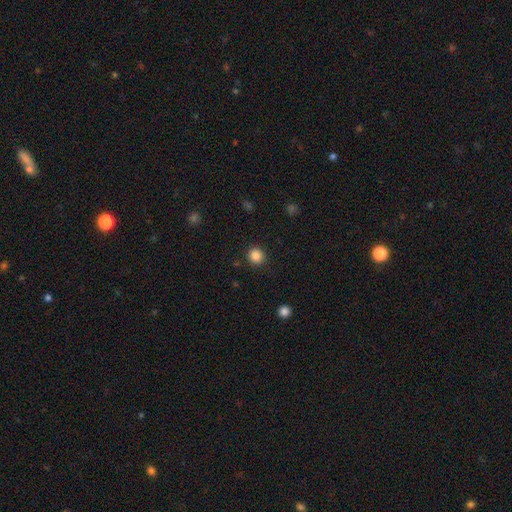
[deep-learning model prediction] smooth 86%, star or artifact 11%, featured or disk 3%. Down the decision tree: how rounded — round (91%); merging — none (91%).